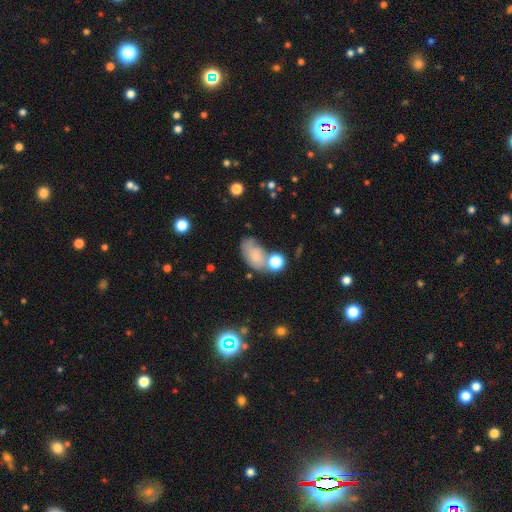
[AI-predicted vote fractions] smooth_or_featured: smooth (p=0.64) [alt: featured or disk p=0.24]
how_rounded: in between (p=0.87) [alt: round p=0.11]
merging: none (p=0.35) [alt: minor disturbance p=0.26]